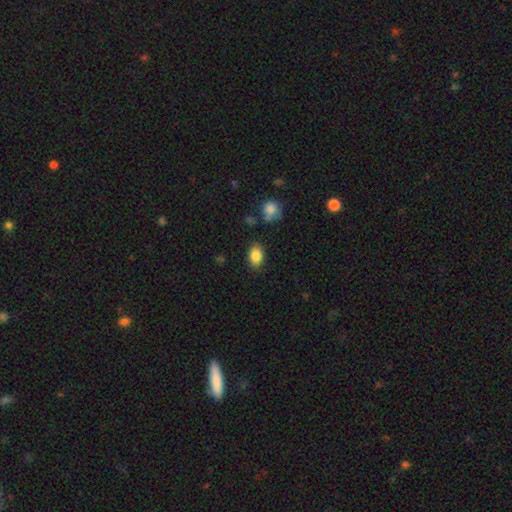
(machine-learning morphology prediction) This is clearly a smooth galaxy (85%). How rounded: clearly in between (81%). Merging: clearly none (82%).